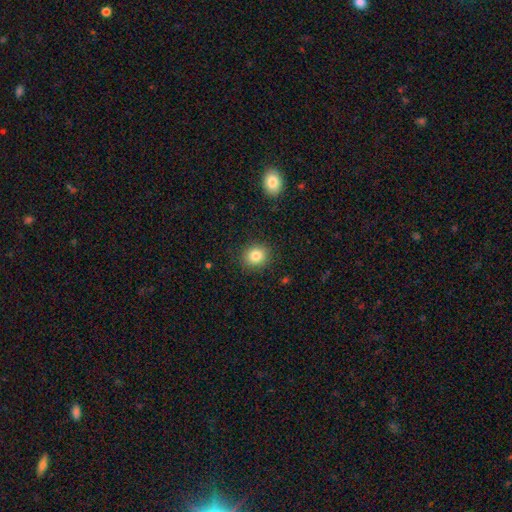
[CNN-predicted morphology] Smooth or featured? Predicted: smooth (p=0.83). How rounded? Predicted: round (p=0.77). Merging? Predicted: none (p=0.89).